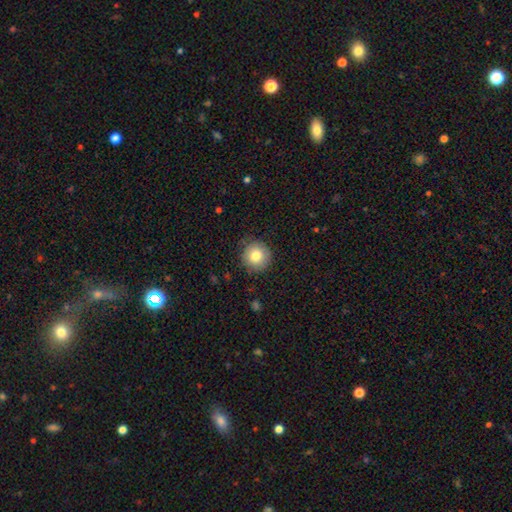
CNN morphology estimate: The model was most divided on "smooth or featured": smooth: 79%, featured or disk: 11%, star or artifact: 9%. More confident: how rounded — round (94%); merging — none (85%).